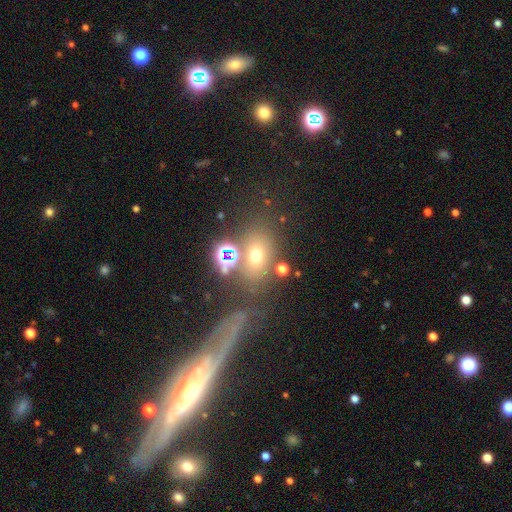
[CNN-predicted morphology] Smooth or featured: smooth — 56% (star or artifact — 24%)
How rounded: in between — 68% (round — 30%)
Merging: none — 57% (merger — 18%)